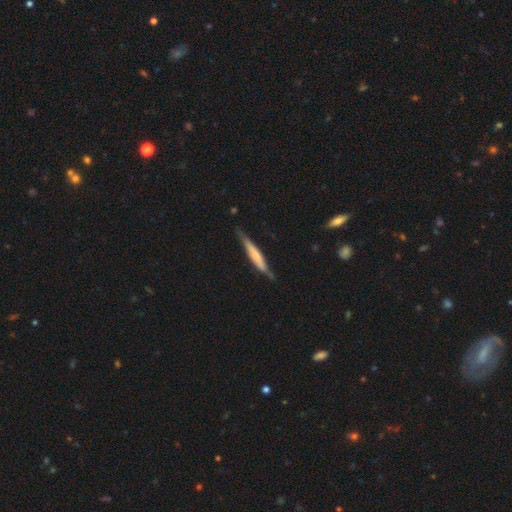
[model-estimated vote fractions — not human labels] Smooth or featured?
  - smooth: 54% *
  - featured or disk: 41%
  - star or artifact: 6%
How rounded?
  - cigar-shaped: 92% *
  - in between: 7%
  - round: 1%
Merging?
  - none: 70% *
  - minor disturbance: 24%
  - major disturbance: 4%
  - merger: 2%